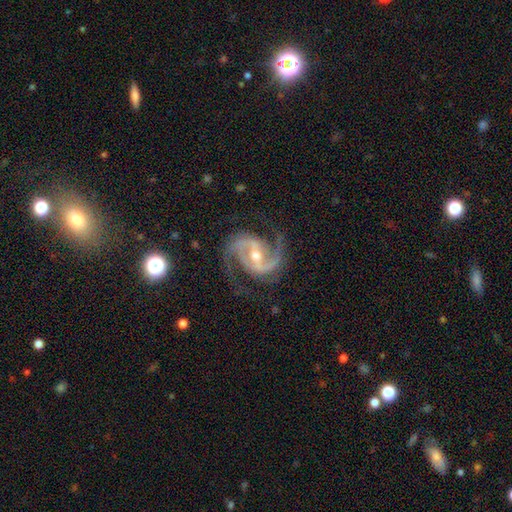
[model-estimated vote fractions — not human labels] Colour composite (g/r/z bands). It shows a featured or disk galaxy (93%) with a strong bar (44%), 2 (91%) medium (64%) spiral arms (99%) and a moderate central bulge (62%). Merging: none (79%).